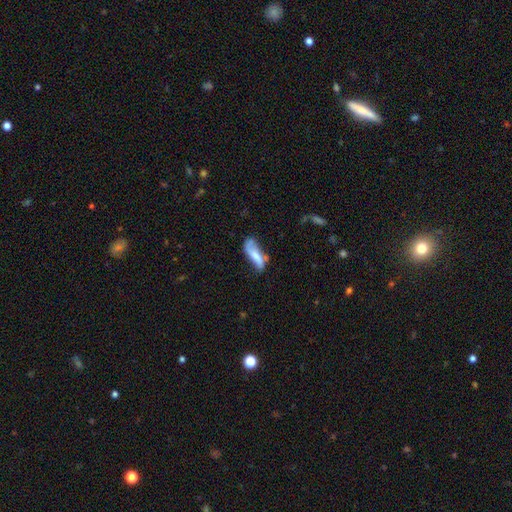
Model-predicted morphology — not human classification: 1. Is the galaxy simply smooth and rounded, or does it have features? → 56% smooth, 36% featured or disk, 7% star or artifact.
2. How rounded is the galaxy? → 58% in between, 40% cigar-shaped, 2% round.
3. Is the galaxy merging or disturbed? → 39% none, 31% minor disturbance, 19% major disturbance, 11% merger.